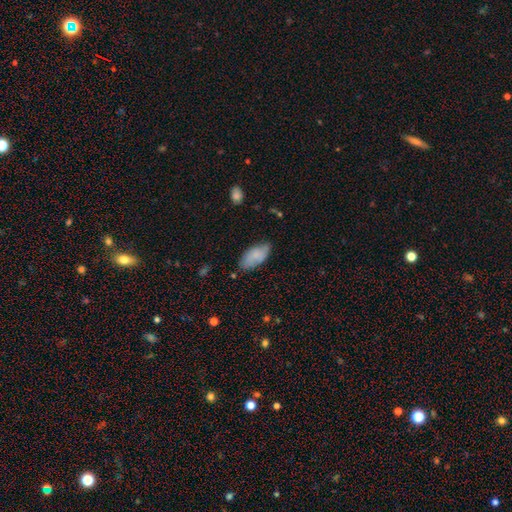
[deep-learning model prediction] Smooth or featured? Predicted: smooth (p=0.80). How rounded? Predicted: in between (p=0.93). Merging? Predicted: none (p=0.71).